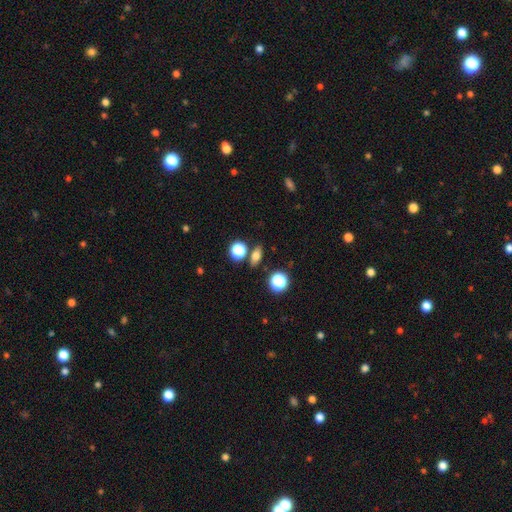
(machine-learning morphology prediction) The model was most divided on "how rounded": in between: 64%, round: 27%, cigar-shaped: 8%. More confident: merging — none (81%); smooth or featured — smooth (72%).